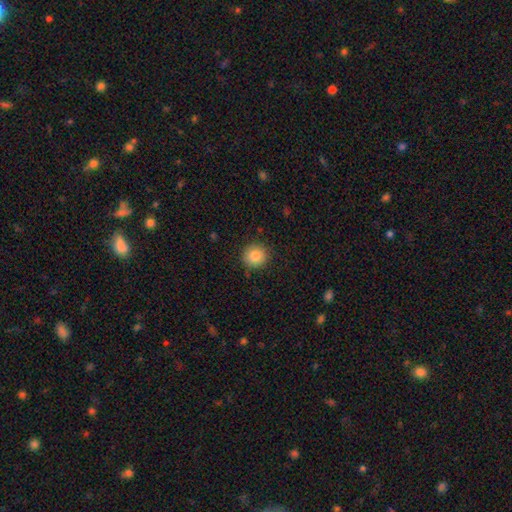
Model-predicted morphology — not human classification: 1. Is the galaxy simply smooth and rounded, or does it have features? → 85% smooth, 9% star or artifact, 6% featured or disk.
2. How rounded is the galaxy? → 92% round, 7% in between, 1% cigar-shaped.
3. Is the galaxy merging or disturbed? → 89% none, 8% minor disturbance, 2% major disturbance, 1% merger.